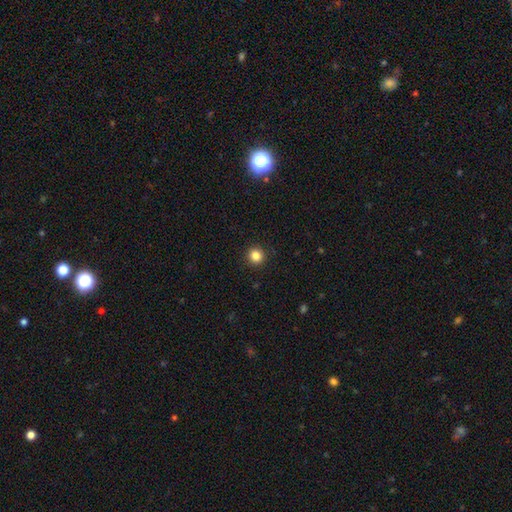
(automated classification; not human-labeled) smooth 84%, star or artifact 11%, featured or disk 4%. Down the decision tree: how rounded — round (93%); merging — none (92%).